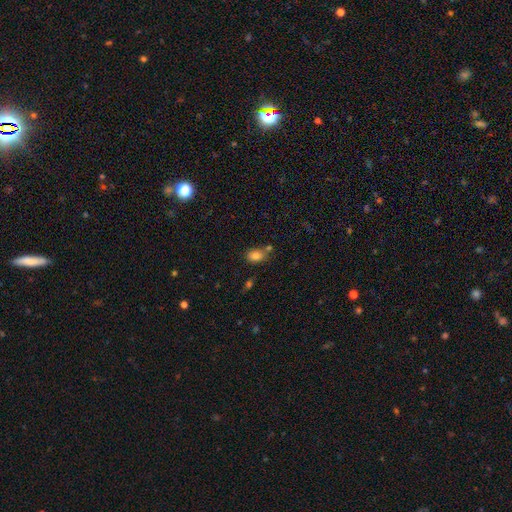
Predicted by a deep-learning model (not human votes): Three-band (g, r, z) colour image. It shows a smooth galaxy with no disk features (81%) that is in between round and cigar-shaped (75%). Merging: none (62%).